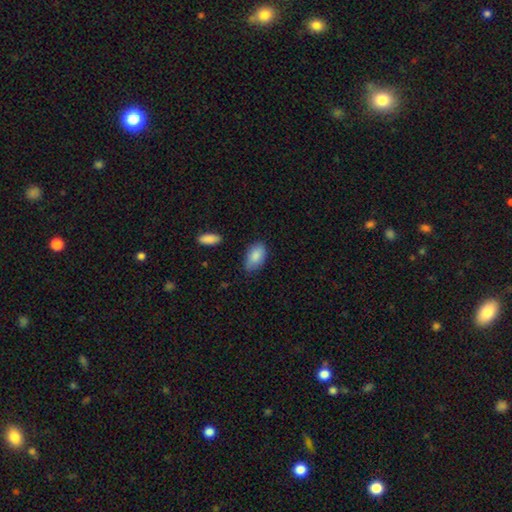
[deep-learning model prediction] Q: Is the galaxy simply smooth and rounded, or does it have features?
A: smooth — 87%.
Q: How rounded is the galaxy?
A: in between — 93%.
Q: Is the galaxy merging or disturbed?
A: none — 70%.